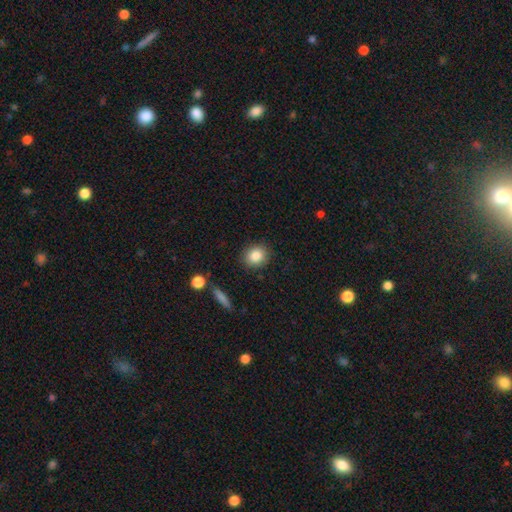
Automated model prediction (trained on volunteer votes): This is clearly a smooth galaxy (85%). How rounded: likely round (69%). Merging: clearly none (87%).